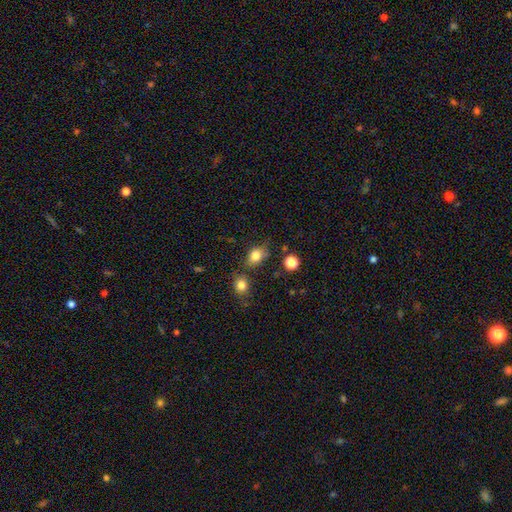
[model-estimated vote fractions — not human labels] This appears to be a smooth galaxy with no disk features (81%) that is in between round and cigar-shaped (67%). Merging: none (64%).